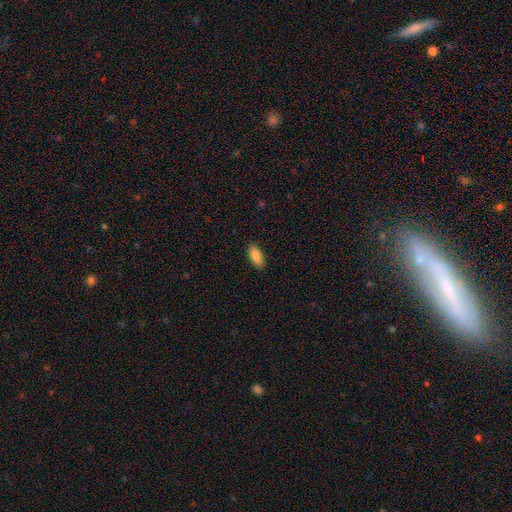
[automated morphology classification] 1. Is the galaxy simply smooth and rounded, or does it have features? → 87% smooth, 7% star or artifact, 7% featured or disk.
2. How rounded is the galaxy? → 88% in between, 10% cigar-shaped, 2% round.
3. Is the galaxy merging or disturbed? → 90% none, 8% minor disturbance, 2% major disturbance, 1% merger.